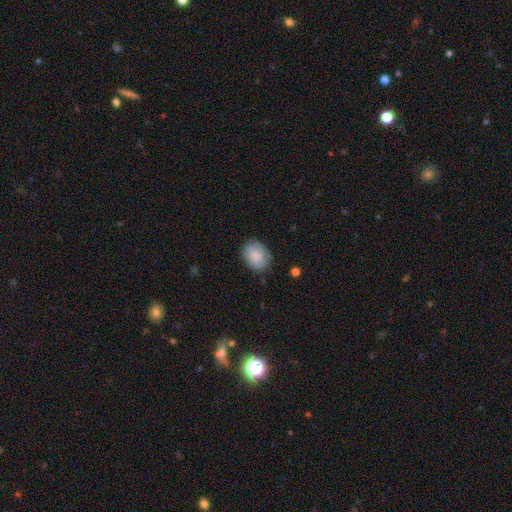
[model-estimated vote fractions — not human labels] Overall: smooth (83%). How rounded: in between (60%; round 39%). Merging: none (75%).